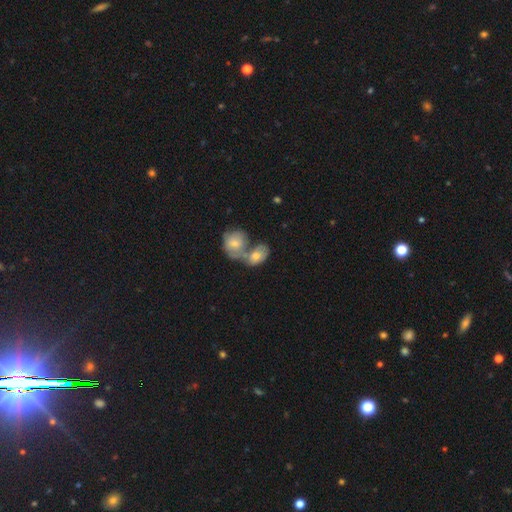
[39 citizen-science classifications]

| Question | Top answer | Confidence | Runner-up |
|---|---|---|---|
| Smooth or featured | smooth | 64% | featured or disk (23%) |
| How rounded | in between | 60% | round (36%) |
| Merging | merger | 82% | major disturbance (12%) |